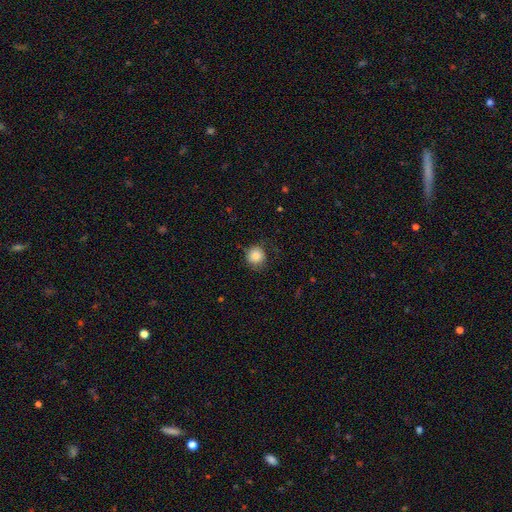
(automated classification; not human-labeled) Overall: smooth (85%). How rounded: round (92%). Merging: none (74%).